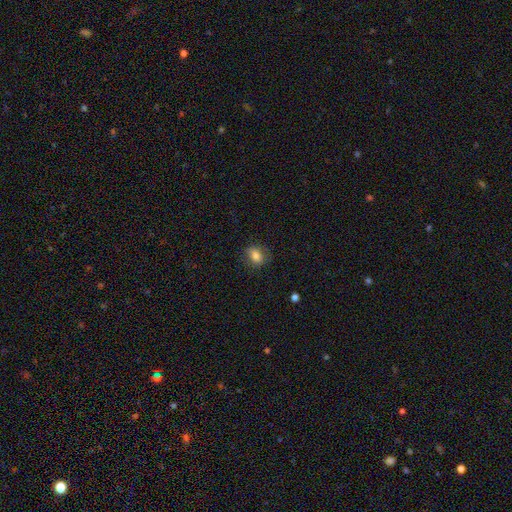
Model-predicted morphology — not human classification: smooth_or_featured: smooth (p=0.78) [alt: featured or disk p=0.12]
how_rounded: in between (p=0.57) [alt: round p=0.42]
merging: none (p=0.78) [alt: minor disturbance p=0.16]